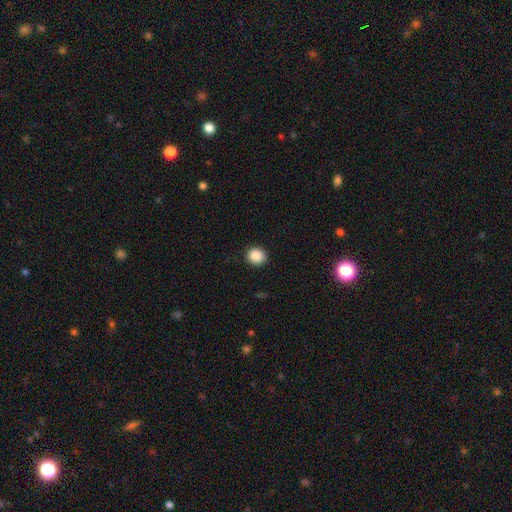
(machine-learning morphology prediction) type=smooth (88%); roundness=round (85%); merging=none (92%).